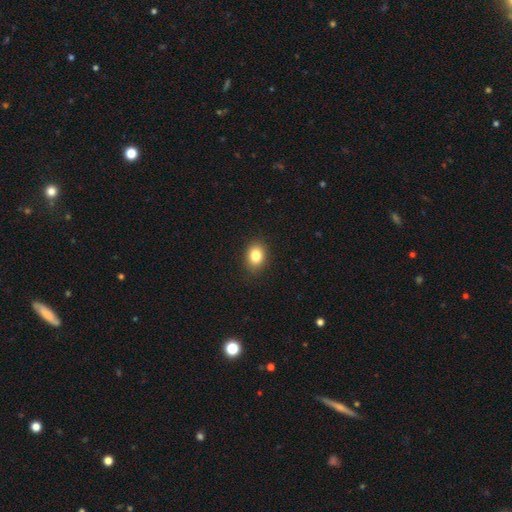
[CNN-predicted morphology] smooth_or_featured: smooth (p=0.83) [alt: star or artifact p=0.10]
how_rounded: in between (p=0.61) [alt: round p=0.38]
merging: none (p=0.88) [alt: minor disturbance p=0.08]